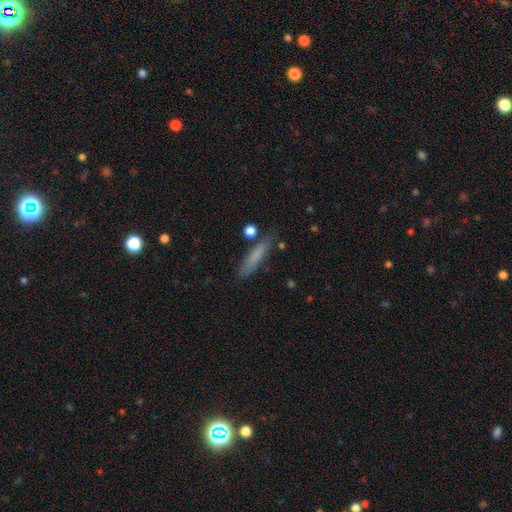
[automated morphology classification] This is likely a smooth galaxy (76%). How rounded: clearly cigar-shaped (83%). Merging: likely none (76%).